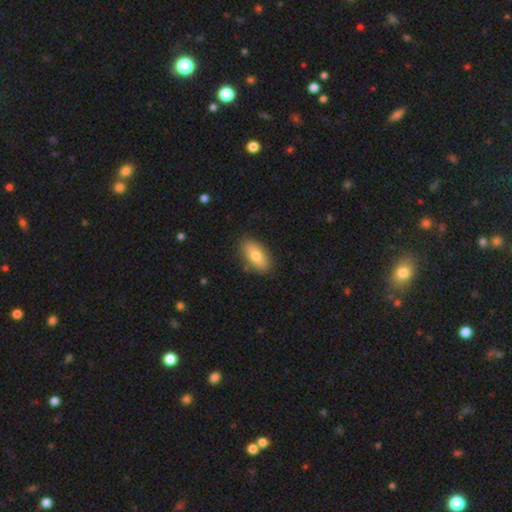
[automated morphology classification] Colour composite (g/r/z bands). It shows a smooth galaxy with no disk features (75%) that is in between round and cigar-shaped (89%). Merging: none (86%).